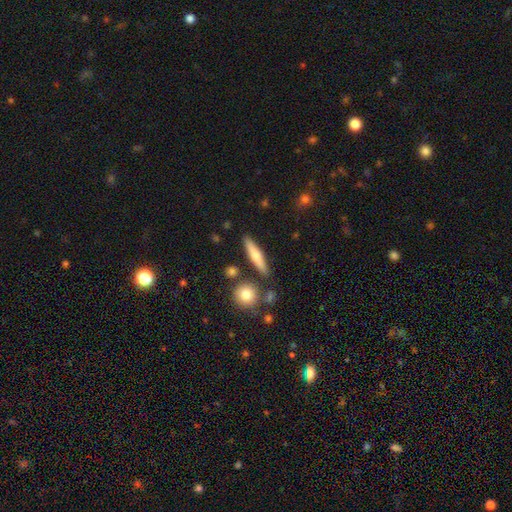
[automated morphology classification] Overall: smooth (58%; featured or disk 35%). How rounded: cigar-shaped (81%). Merging: none (83%).